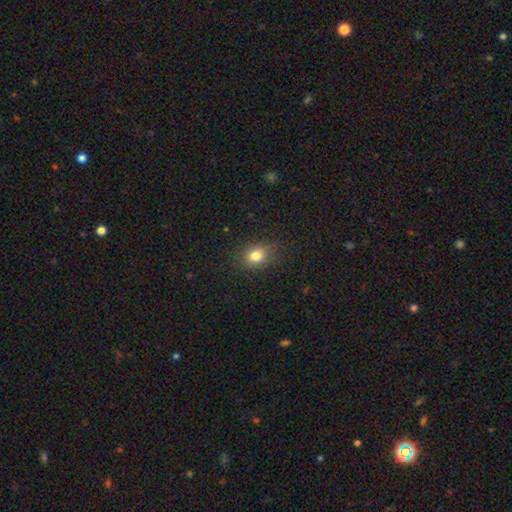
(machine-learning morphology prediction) This is likely a smooth galaxy (80%). How rounded: possibly round (56%). Merging: clearly none (83%).